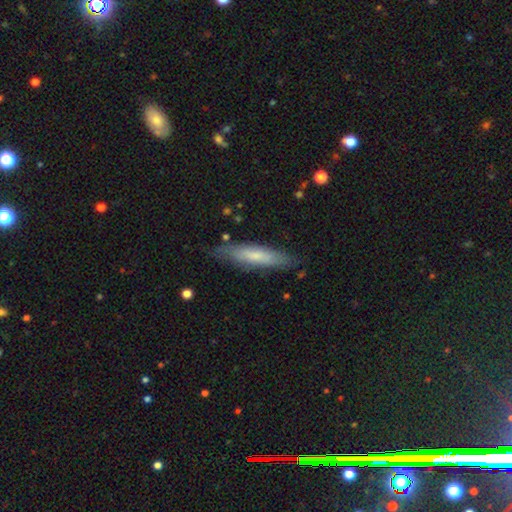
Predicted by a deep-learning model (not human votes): This is likely a smooth galaxy (63%). How rounded: likely cigar-shaped (77%). Merging: likely none (79%).